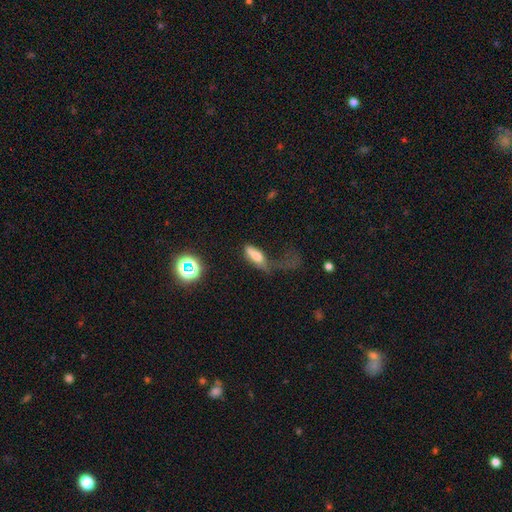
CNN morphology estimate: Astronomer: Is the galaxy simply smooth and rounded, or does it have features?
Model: smooth — 68%.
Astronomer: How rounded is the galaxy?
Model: in between — 67%.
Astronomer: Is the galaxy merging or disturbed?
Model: major disturbance — 57%.